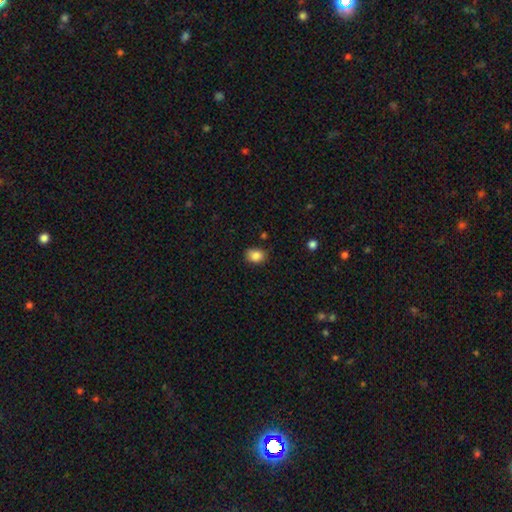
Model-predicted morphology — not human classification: Smooth or featured: smooth — 86% (star or artifact — 9%)
How rounded: in between — 62% (round — 37%)
Merging: none — 82% (minor disturbance — 14%)